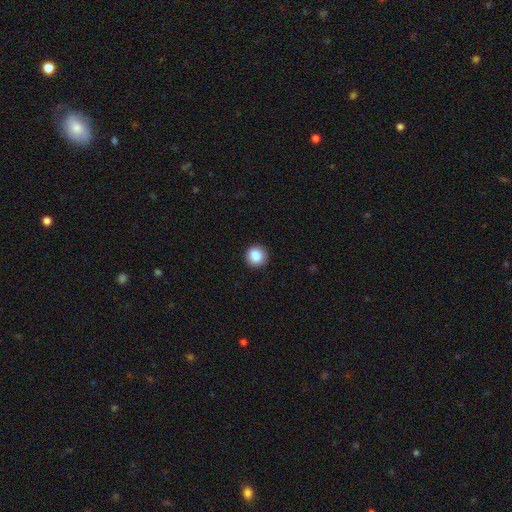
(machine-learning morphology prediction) Smooth or featured: smooth — 88% (star or artifact — 9%)
How rounded: round — 93% (in between — 6%)
Merging: none — 91% (minor disturbance — 6%)